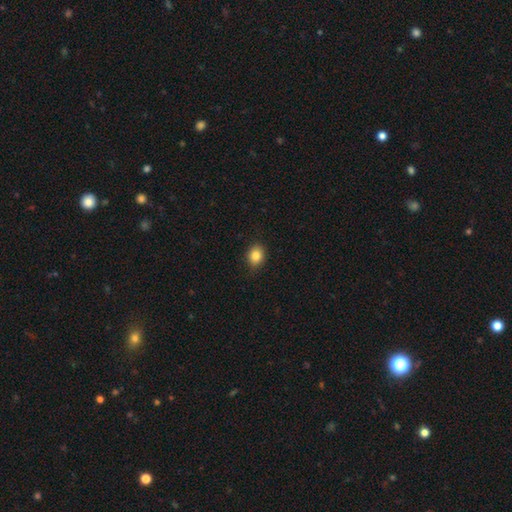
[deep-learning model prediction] smooth 84%, star or artifact 10%, featured or disk 6%. Down the decision tree: how rounded — round (53%); merging — none (87%).